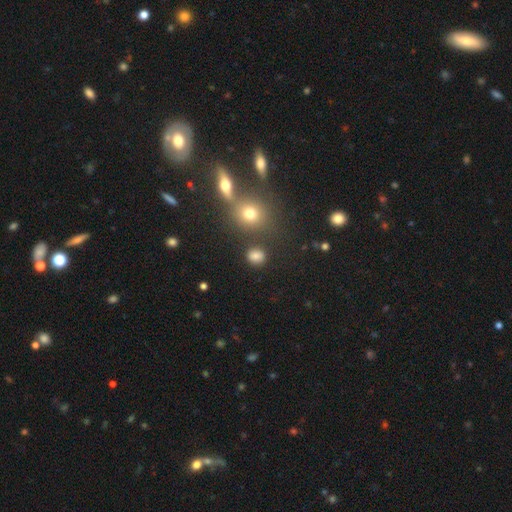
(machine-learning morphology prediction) smooth 79%, star or artifact 14%, featured or disk 6%. Down the decision tree: how rounded — round (66%); merging — none (79%).